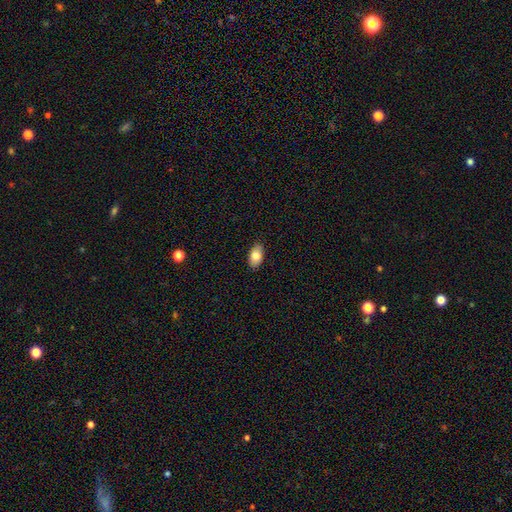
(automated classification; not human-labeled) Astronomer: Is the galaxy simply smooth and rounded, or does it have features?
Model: smooth — 81%.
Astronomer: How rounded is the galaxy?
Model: in between — 92%.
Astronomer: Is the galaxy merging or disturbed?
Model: none — 87%.